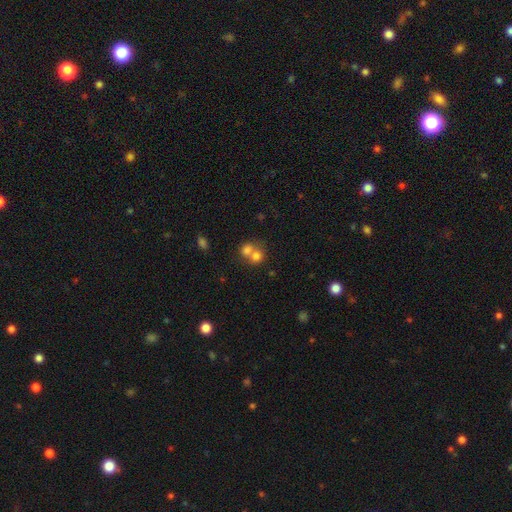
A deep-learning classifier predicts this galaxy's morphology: smooth_or_featured: smooth (p=0.73) [alt: featured or disk p=0.16]
how_rounded: round (p=0.70) [alt: in between p=0.29]
merging: merger (p=0.63) [alt: none p=0.28]